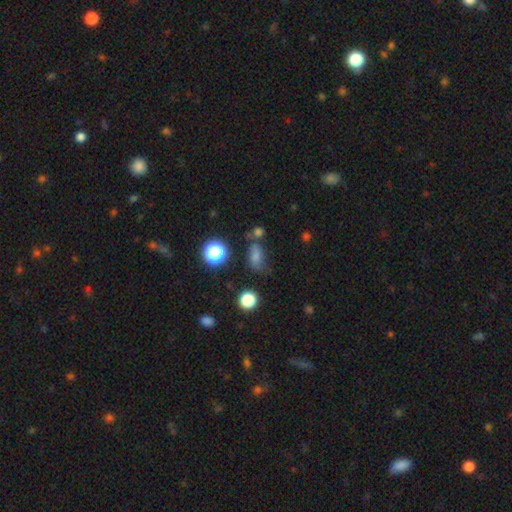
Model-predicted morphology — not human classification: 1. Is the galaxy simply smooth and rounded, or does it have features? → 58% smooth, 27% star or artifact, 15% featured or disk.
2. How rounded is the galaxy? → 68% in between, 28% round, 4% cigar-shaped.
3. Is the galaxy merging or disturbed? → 55% none, 21% minor disturbance, 13% merger, 11% major disturbance.